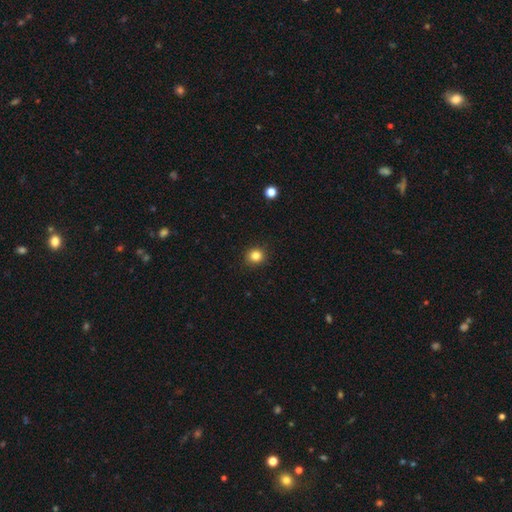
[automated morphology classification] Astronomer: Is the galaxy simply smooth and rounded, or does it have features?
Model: smooth — 84%.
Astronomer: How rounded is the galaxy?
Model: round — 89%.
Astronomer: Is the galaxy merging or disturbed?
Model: none — 91%.